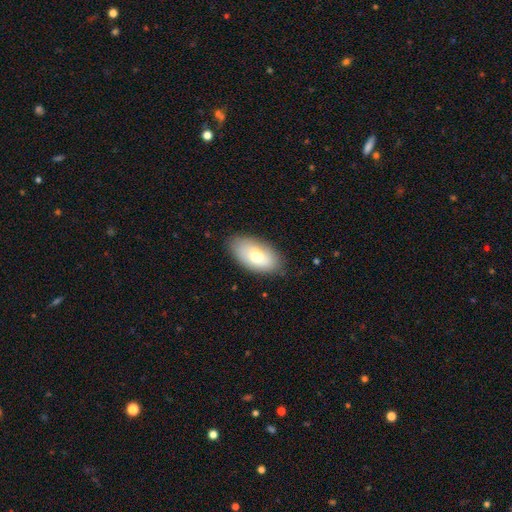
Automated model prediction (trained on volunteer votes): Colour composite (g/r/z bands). It shows a smooth galaxy with no disk features (69%) that is in between round and cigar-shaped (94%). Merging: none (82%).